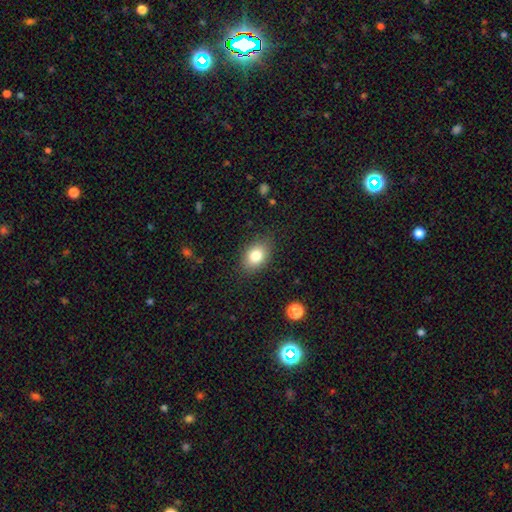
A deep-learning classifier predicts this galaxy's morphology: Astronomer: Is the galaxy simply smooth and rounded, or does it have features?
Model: smooth — 81%.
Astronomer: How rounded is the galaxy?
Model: in between — 78%.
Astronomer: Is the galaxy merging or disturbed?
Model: none — 83%.